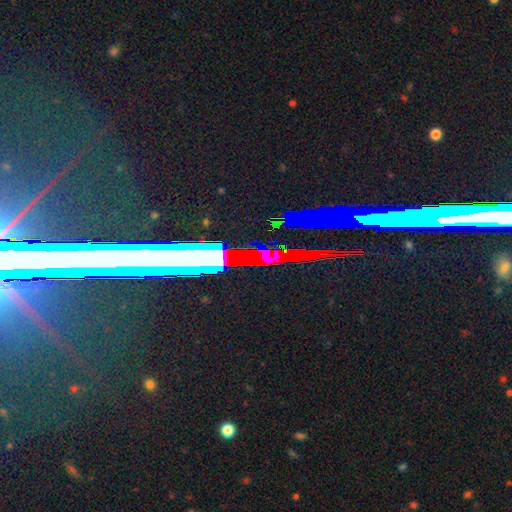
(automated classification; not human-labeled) Smooth or featured?
  - star or artifact: 73% *
  - featured or disk: 16%
  - smooth: 12%